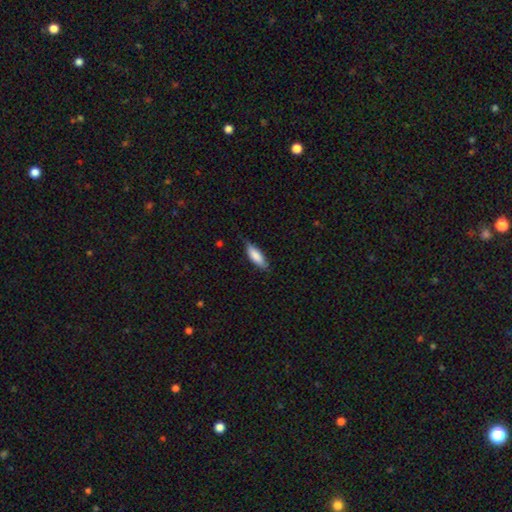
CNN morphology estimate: This appears to be a smooth galaxy with no disk features (82%) that is in between round and cigar-shaped (59%). Merging: none (73%).